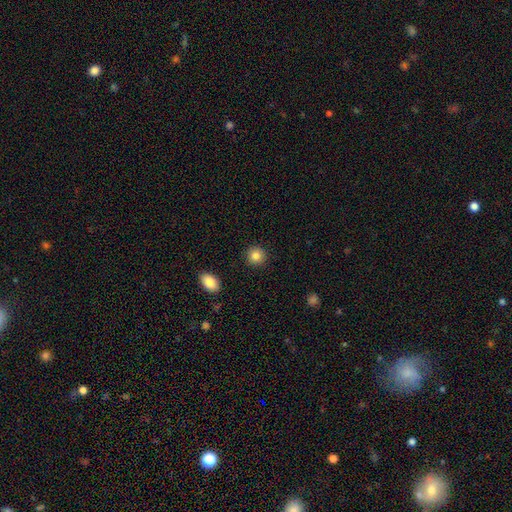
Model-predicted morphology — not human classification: Smooth or featured?
  - smooth: 85% *
  - star or artifact: 9%
  - featured or disk: 5%
How rounded?
  - round: 91% *
  - in between: 8%
  - cigar-shaped: 1%
Merging?
  - none: 91% *
  - minor disturbance: 5%
  - major disturbance: 2%
  - merger: 1%